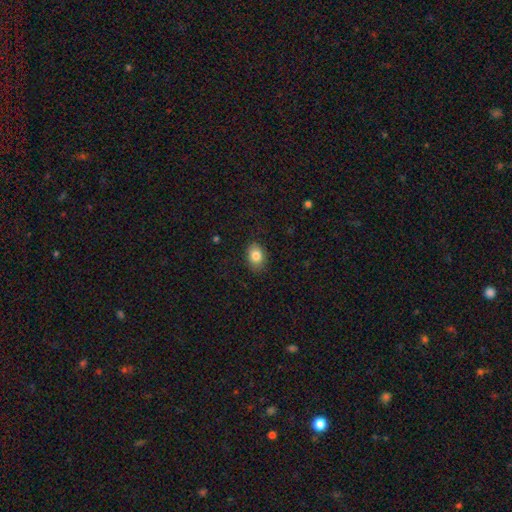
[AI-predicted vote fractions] This is clearly a smooth galaxy (83%). How rounded: likely in between (77%). Merging: clearly none (85%).